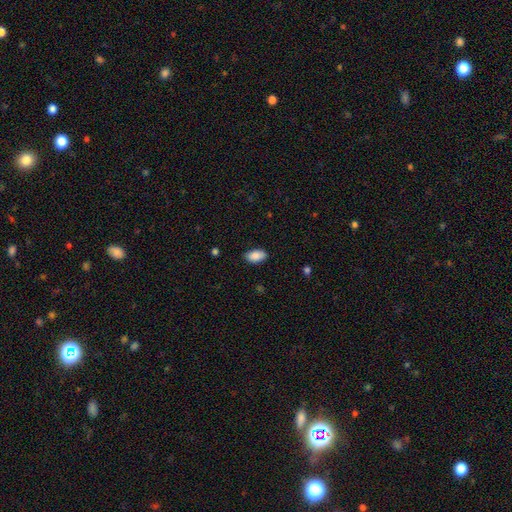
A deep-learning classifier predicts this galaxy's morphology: A smooth galaxy with no disk features (89%) that is in between round and cigar-shaped (94%).

Vote fractions:
- Smooth or featured? smooth: 89% / star or artifact: 7% / featured or disk: 4%
- How rounded? in between: 94% / round: 4% / cigar-shaped: 2%
- Merging? none: 86% / minor disturbance: 11% / major disturbance: 2% / merger: 1%